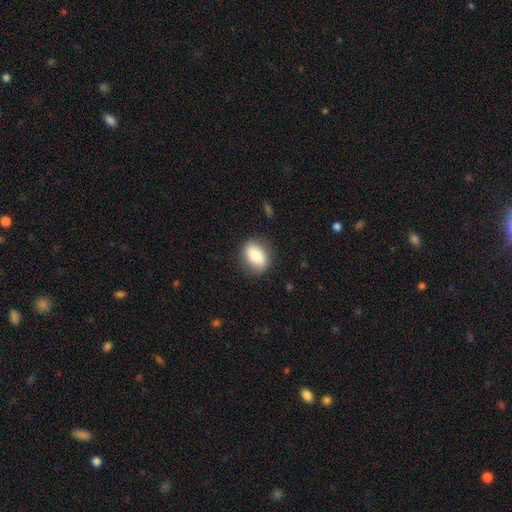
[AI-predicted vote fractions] Overall: smooth (78%). How rounded: in between (73%). Merging: none (83%).